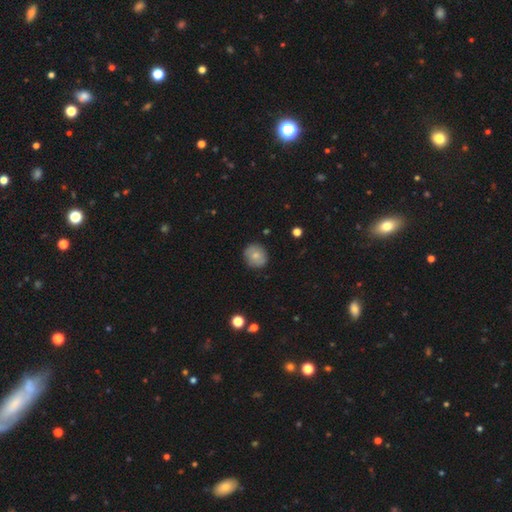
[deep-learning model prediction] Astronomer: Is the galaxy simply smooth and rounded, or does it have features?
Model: smooth — 73%.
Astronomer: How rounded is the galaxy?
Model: round — 75%.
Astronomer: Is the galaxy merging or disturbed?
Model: none — 84%.